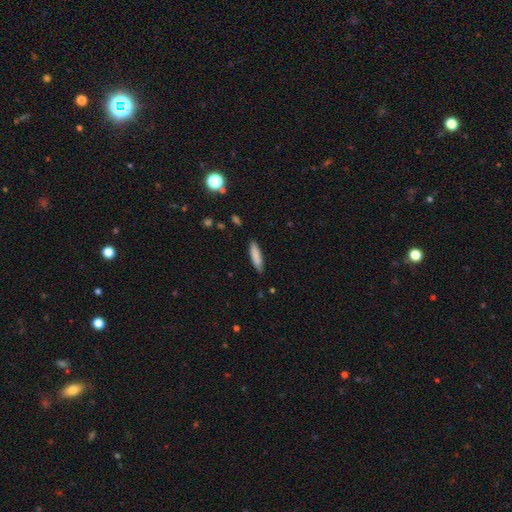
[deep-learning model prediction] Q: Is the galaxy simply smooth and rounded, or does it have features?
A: smooth — 85%.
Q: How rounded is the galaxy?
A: cigar-shaped — 73%.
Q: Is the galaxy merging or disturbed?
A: none — 85%.